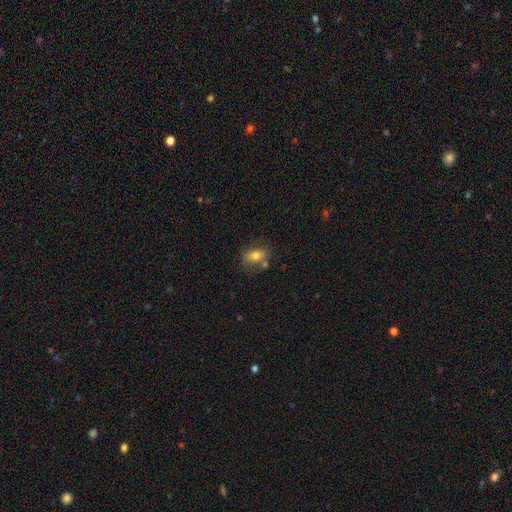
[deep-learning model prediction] Smooth or featured? smooth (67%)
How rounded? in between (80%)
Merging? none (59%)